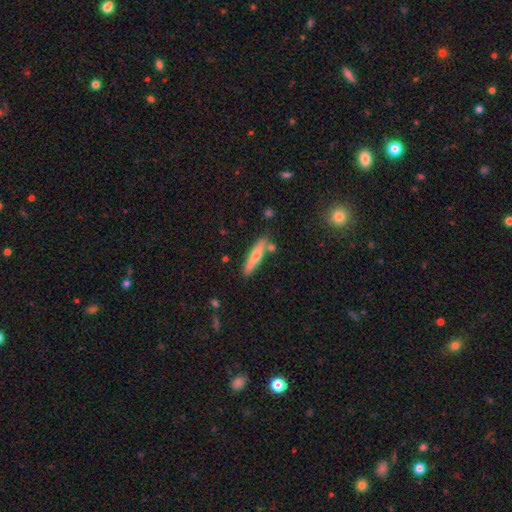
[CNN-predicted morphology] smooth 55%, featured or disk 38%, star or artifact 6%. Down the decision tree: how rounded — cigar-shaped (84%); merging — none (78%).